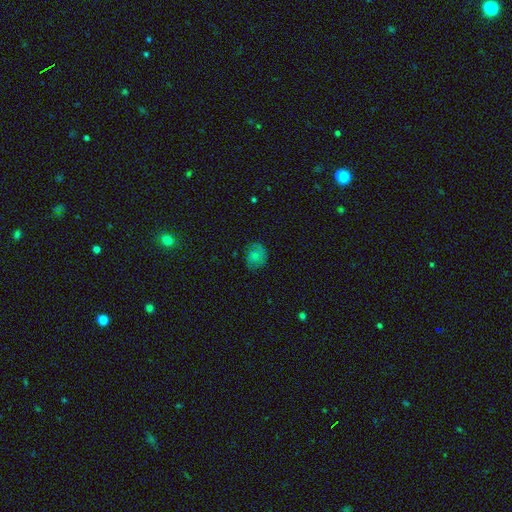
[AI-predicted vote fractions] Smooth or featured: smooth — 68% (featured or disk — 21%)
How rounded: round — 65% (in between — 34%)
Merging: none — 71% (minor disturbance — 21%)